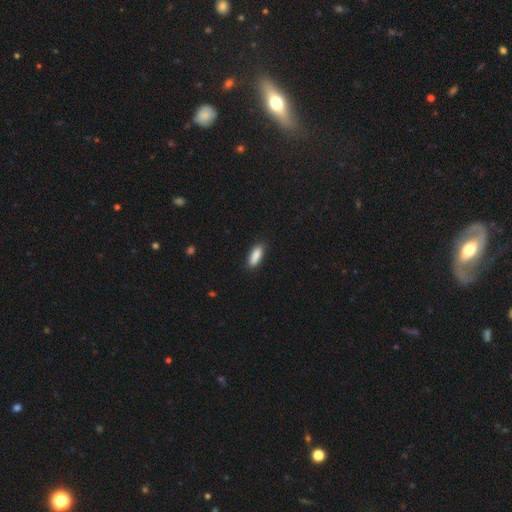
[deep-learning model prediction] This appears to be a smooth galaxy with no disk features (89%) that is in between round and cigar-shaped (66%). Merging: none (86%).